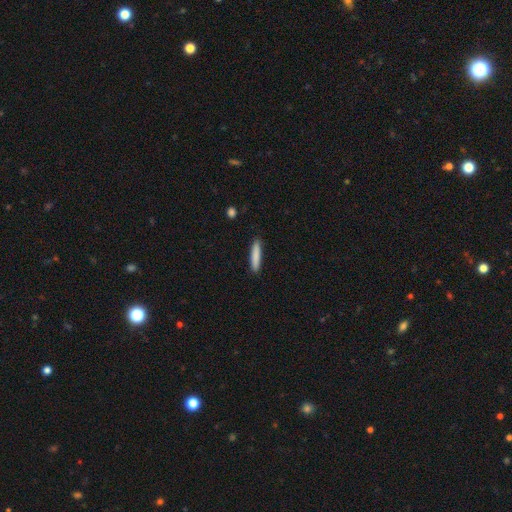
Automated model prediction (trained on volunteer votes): A smooth galaxy with no disk features (84%) that is cigar-shaped (90%). Merging: none (90%).